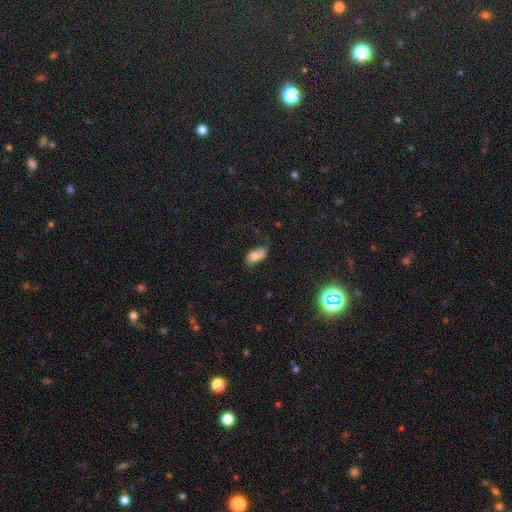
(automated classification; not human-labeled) Q: Smooth or featured?
A: smooth (69%); runner-up: featured or disk (19%)
Q: How rounded?
A: in between (88%); runner-up: cigar-shaped (6%)
Q: Merging?
A: none (45%); runner-up: minor disturbance (34%)